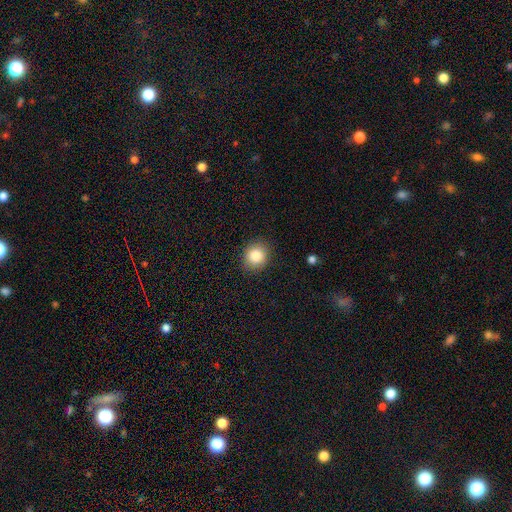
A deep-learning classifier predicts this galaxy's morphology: Overall: smooth (84%). How rounded: round (77%). Merging: none (88%).